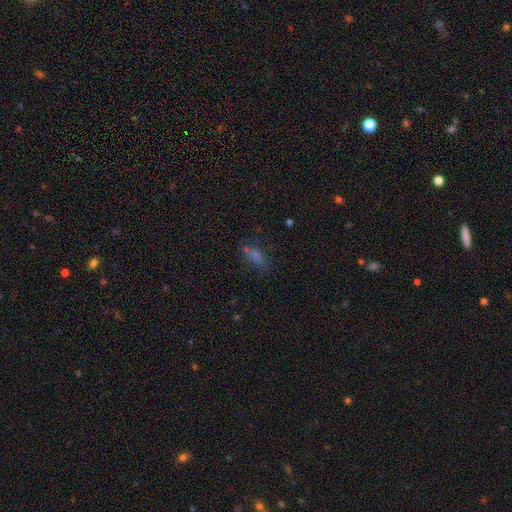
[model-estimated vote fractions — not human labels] Overall: smooth (59%; star or artifact 27%). How rounded: in between (71%). Merging: none (63%).